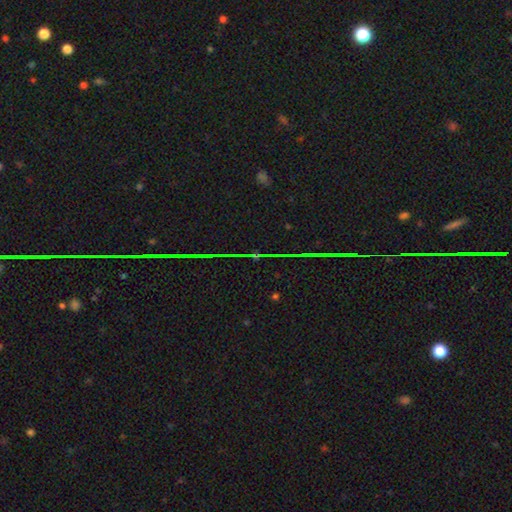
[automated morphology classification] A star or artifact, not a galaxy (79%).